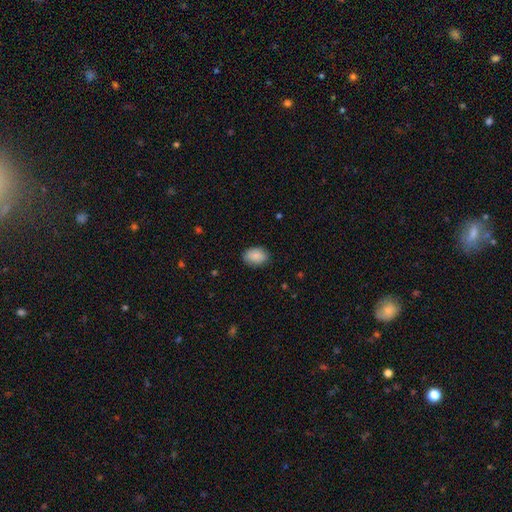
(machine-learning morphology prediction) The model was most divided on "how rounded": in between: 78%, round: 21%, cigar-shaped: 1%. More confident: smooth or featured — smooth (88%); merging — none (83%).